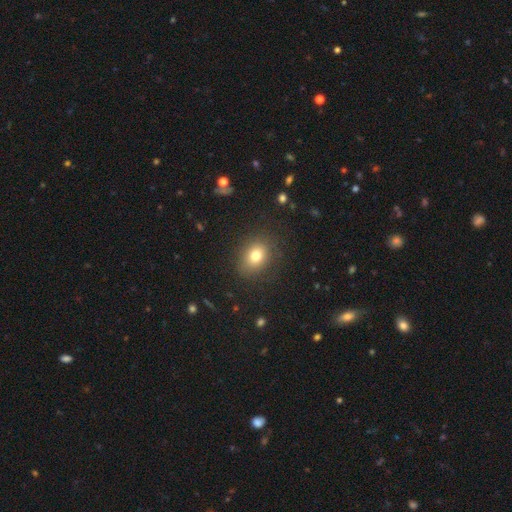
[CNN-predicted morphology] Smooth or featured: smooth — 77% (star or artifact — 12%)
How rounded: round — 51% (in between — 48%)
Merging: none — 83% (minor disturbance — 11%)